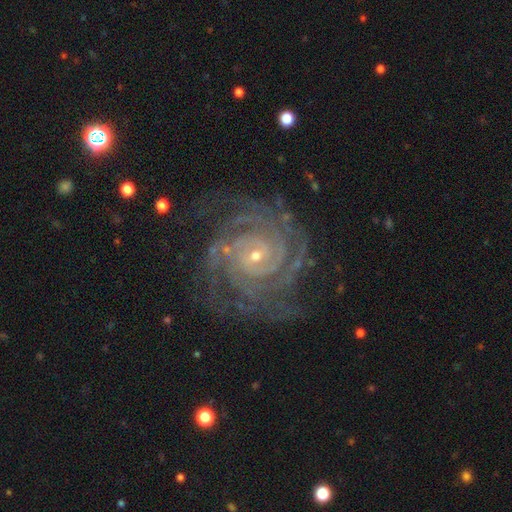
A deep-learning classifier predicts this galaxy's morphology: Smooth or featured? Predicted: featured or disk (p=0.91). Edge-on disk? Predicted: no (p=0.98). Bar? Predicted: no (p=0.59). Spiral arms? Predicted: yes (p=0.99). Spiral winding? Predicted: tight (p=0.81). Spiral arm count? Predicted: 2 (p=0.22). Bulge size? Predicted: small (p=0.80). Merging? Predicted: none (p=0.77).